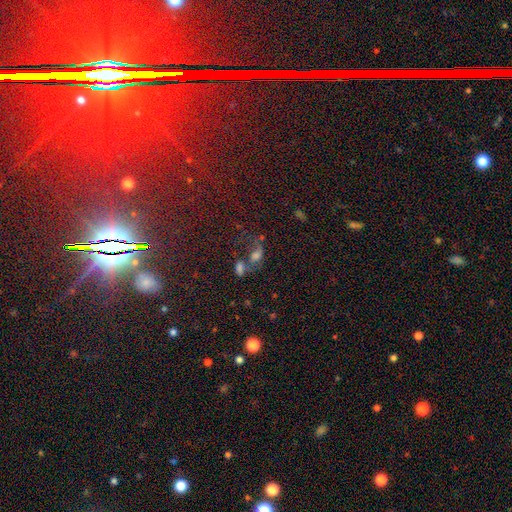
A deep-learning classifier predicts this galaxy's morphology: Smooth or featured? smooth (45%)
Merging? merger (51%)